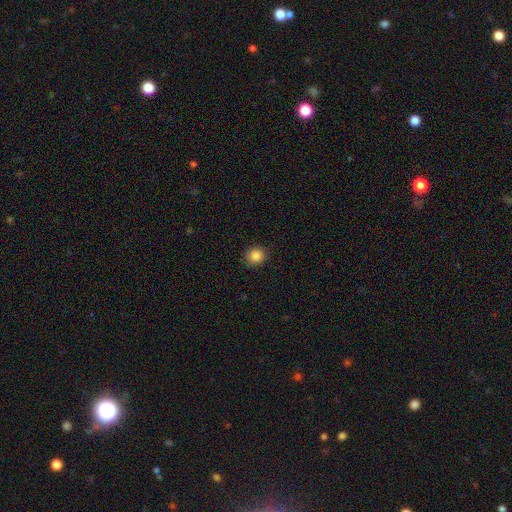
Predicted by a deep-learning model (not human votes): Smooth or featured?
  - smooth: 86% *
  - star or artifact: 10%
  - featured or disk: 4%
How rounded?
  - round: 85% *
  - in between: 14%
  - cigar-shaped: 1%
Merging?
  - none: 89% *
  - minor disturbance: 8%
  - major disturbance: 2%
  - merger: 1%